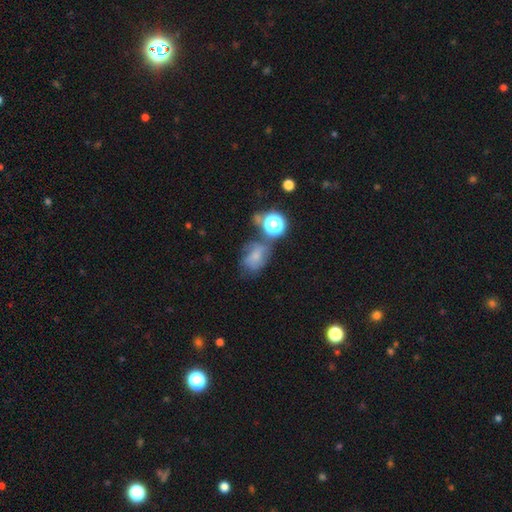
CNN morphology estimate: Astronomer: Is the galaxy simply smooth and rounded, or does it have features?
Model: smooth — 51% (runner-up: featured or disk, 29%).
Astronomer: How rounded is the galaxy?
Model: in between — 55% (runner-up: round, 43%).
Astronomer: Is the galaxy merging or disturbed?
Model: none — 40% (runner-up: minor disturbance, 24%).